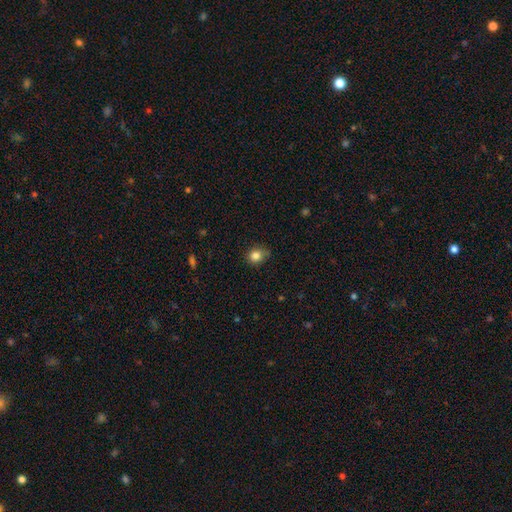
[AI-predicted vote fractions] A smooth galaxy with no disk features (84%) that is round (75%).

Vote fractions:
- Smooth or featured? smooth: 84% / star or artifact: 11% / featured or disk: 5%
- How rounded? round: 75% / in between: 24% / cigar-shaped: 1%
- Merging? none: 71% / minor disturbance: 24% / major disturbance: 4% / merger: 1%